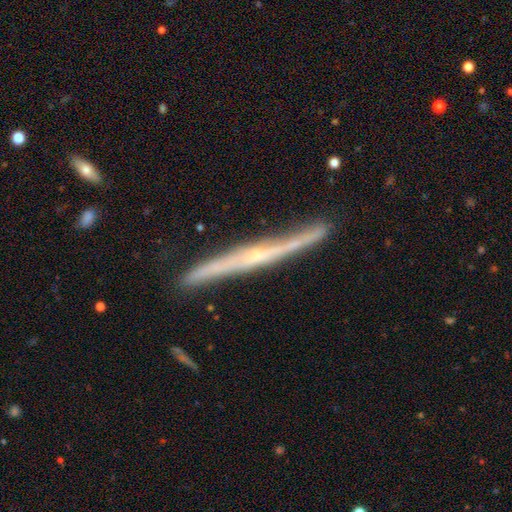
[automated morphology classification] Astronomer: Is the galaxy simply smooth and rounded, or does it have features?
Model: featured or disk — 82%.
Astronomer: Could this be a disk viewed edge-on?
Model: yes — 93%.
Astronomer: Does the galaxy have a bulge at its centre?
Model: rounded — 55% (runner-up: none, 39%).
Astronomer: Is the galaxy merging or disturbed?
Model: none — 80%.